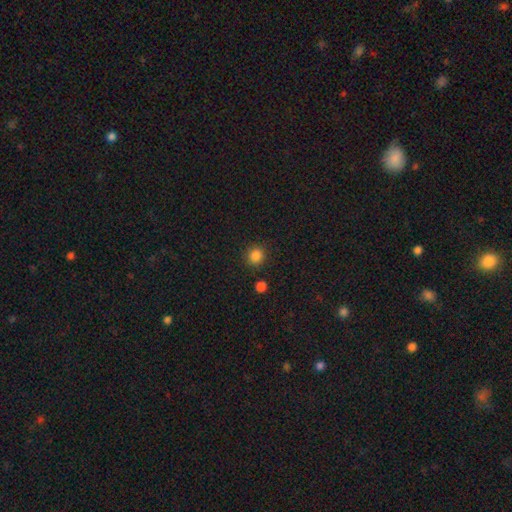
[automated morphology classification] The model was most divided on "smooth or featured": smooth: 85%, star or artifact: 12%, featured or disk: 3%. More confident: how rounded — round (89%); merging — none (88%).